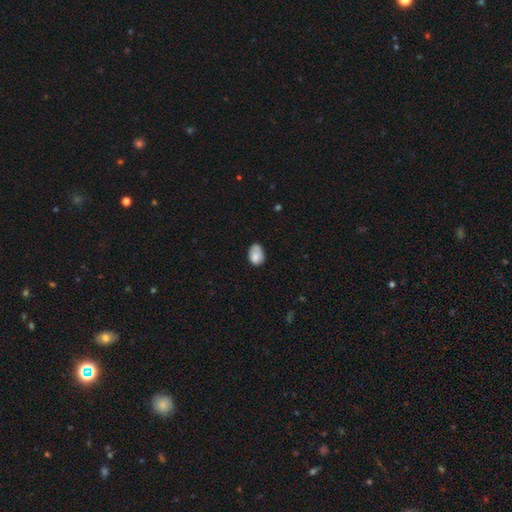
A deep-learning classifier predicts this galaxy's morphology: Q: Smooth or featured?
A: smooth (79%); runner-up: featured or disk (13%)
Q: How rounded?
A: in between (80%); runner-up: round (19%)
Q: Merging?
A: none (52%); runner-up: minor disturbance (36%)